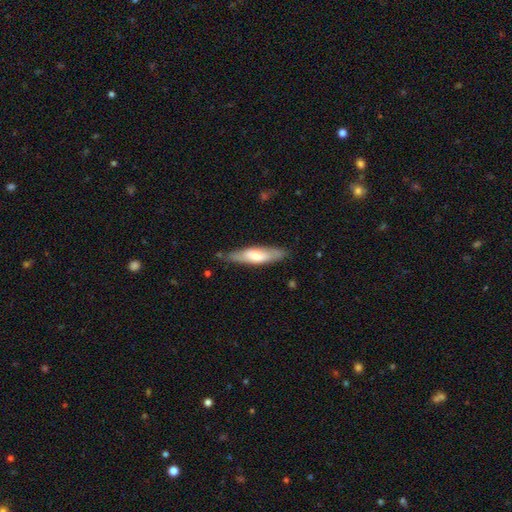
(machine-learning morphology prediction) smooth 59%, featured or disk 36%, star or artifact 5%. Down the decision tree: how rounded — cigar-shaped (67%); merging — none (81%).